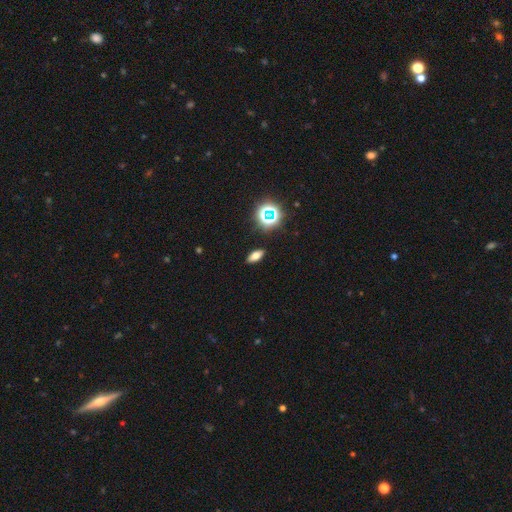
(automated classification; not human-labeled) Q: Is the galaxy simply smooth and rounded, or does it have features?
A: smooth — 63%.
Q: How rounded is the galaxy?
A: in between — 75%.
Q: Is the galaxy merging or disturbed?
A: none — 89%.